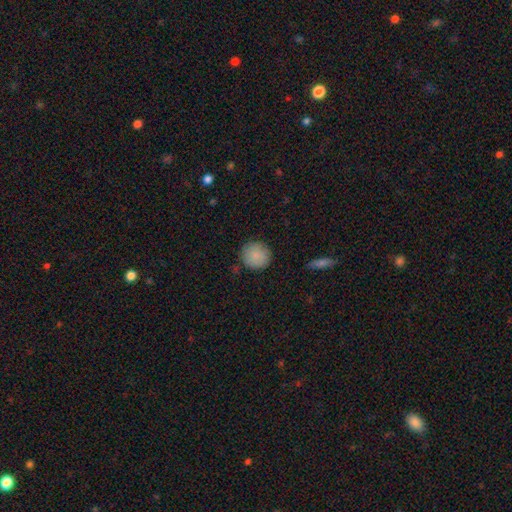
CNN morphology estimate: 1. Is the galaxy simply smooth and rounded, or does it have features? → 87% smooth, 7% star or artifact, 6% featured or disk.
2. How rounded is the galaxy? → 93% round, 6% in between, 1% cigar-shaped.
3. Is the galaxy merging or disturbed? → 86% none, 10% minor disturbance, 2% major disturbance, 2% merger.